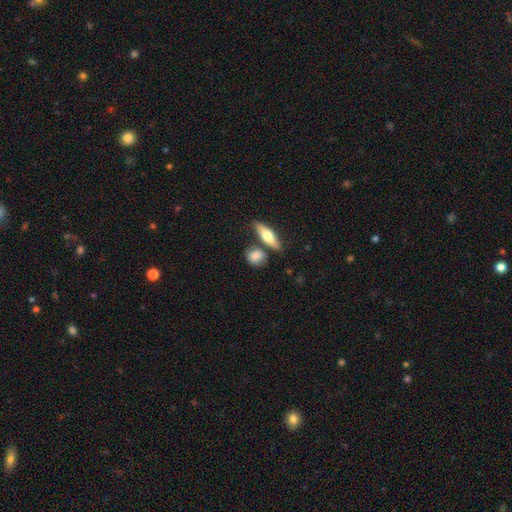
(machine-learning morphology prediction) A smooth galaxy with no disk features (74%) that is in between round and cigar-shaped (50%).

Vote fractions:
- Smooth or featured? smooth: 74% / featured or disk: 19% / star or artifact: 7%
- How rounded? in between: 50% / round: 39% / cigar-shaped: 11%
- Merging? none: 61% / merger: 18% / minor disturbance: 16% / major disturbance: 5%